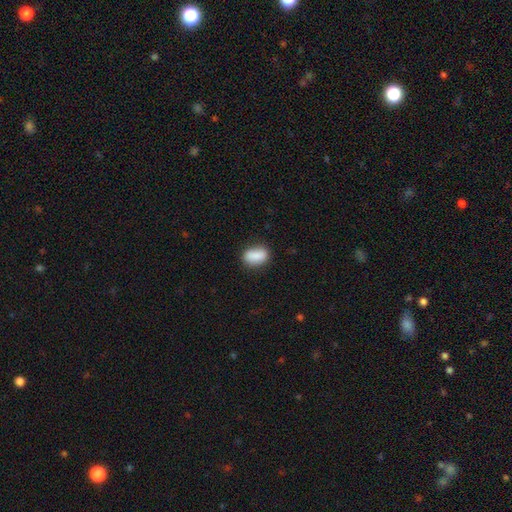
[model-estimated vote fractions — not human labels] The model was most divided on "merging": none: 76%, minor disturbance: 17%, major disturbance: 4%, merger: 3%. More confident: smooth or featured — smooth (85%); how rounded — in between (83%).